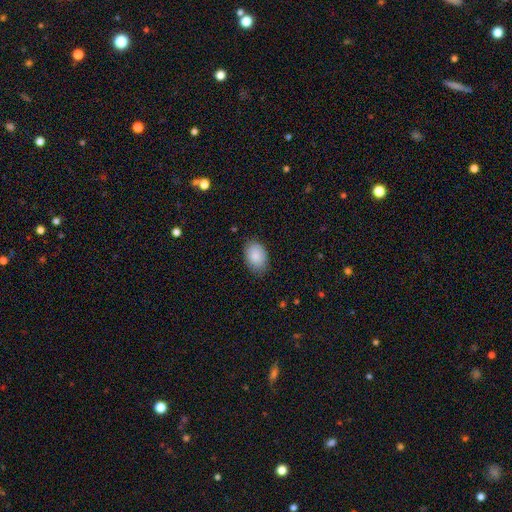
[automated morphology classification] A smooth galaxy with no disk features (86%) that is in between round and cigar-shaped (86%). Merging: none (81%).